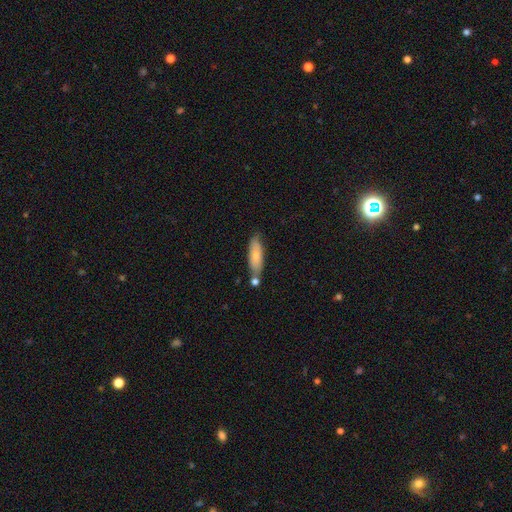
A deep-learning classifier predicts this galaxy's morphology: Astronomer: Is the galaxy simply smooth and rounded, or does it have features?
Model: smooth — 76%.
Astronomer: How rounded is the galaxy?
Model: cigar-shaped — 51% (runner-up: in between, 47%).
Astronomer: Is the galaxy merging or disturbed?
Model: none — 65%.